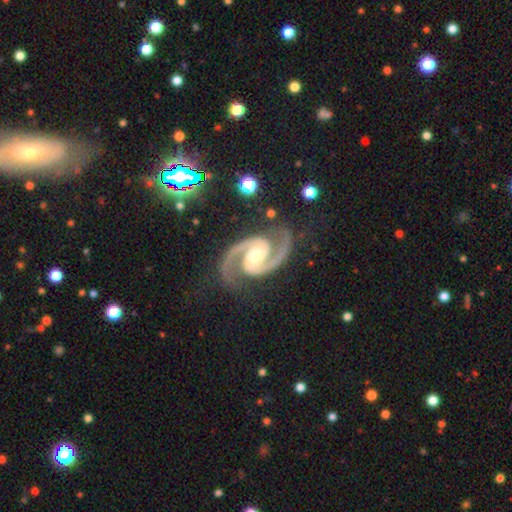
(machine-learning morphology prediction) smooth_or_featured: featured or disk (p=0.95) [alt: star or artifact p=0.04]
disk_edge_on: no (p=0.98) [alt: yes p=0.02]
bar: no (p=0.48) [alt: weak p=0.32]
has_spiral_arms: yes (p=0.99) [alt: no p=0.01]
spiral_winding: medium (p=0.63) [alt: tight p=0.28]
spiral_arm_count: 2 (p=0.95) [alt: 3 p=0.01]
bulge_size: moderate (p=0.58) [alt: small p=0.26]
merging: none (p=0.82) [alt: minor disturbance p=0.12]